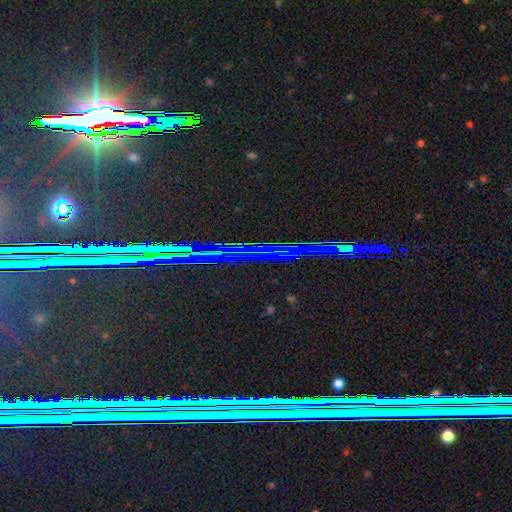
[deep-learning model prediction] Smooth or featured? star or artifact (82%)